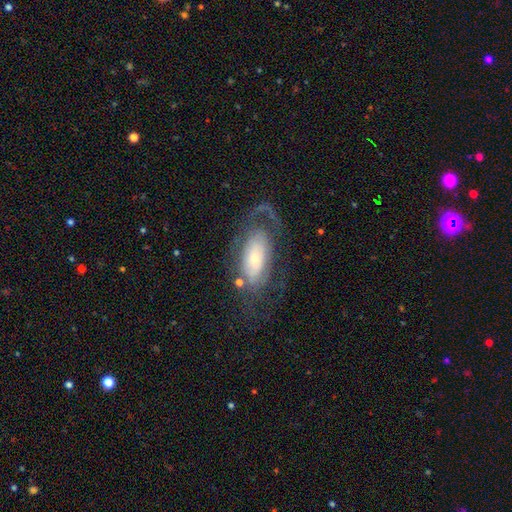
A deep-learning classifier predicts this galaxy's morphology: type=featured or disk (69%); edge-on=no (89%); bar=no (67%); spiral arms=yes (78%); bulge=small (45%); merging=none (54%).